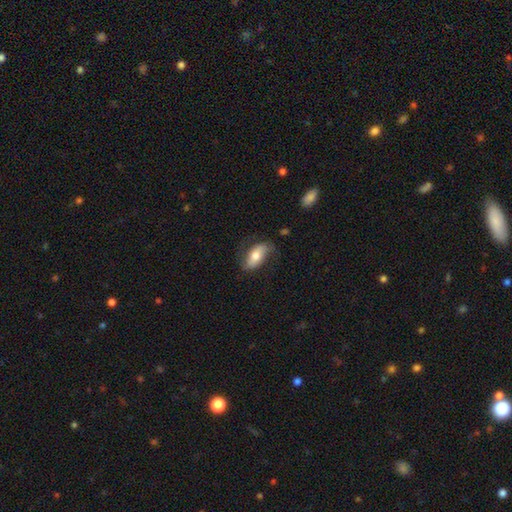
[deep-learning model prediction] Overall: smooth (60%; featured or disk 34%). How rounded: in between (85%). Merging: none (67%).